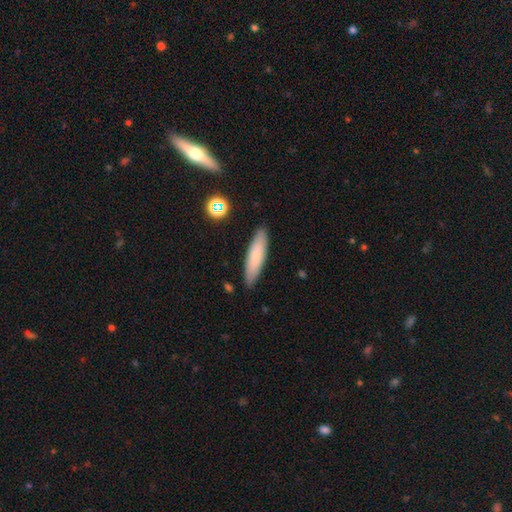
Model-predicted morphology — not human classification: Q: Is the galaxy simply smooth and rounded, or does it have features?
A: smooth — 78%.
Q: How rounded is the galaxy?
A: cigar-shaped — 73%.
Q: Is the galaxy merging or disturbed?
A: none — 87%.